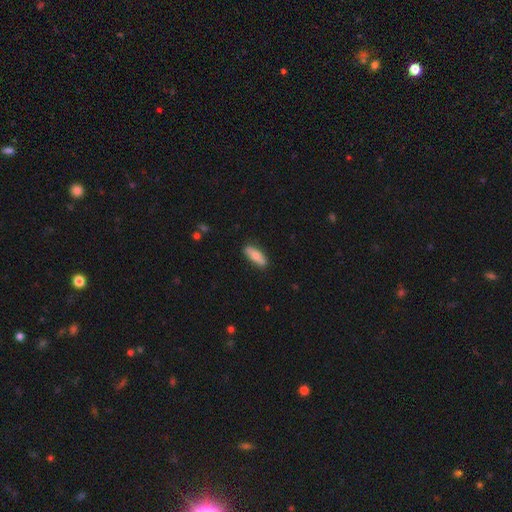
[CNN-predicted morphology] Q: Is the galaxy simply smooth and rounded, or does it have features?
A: smooth — 73%.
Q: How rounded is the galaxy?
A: in between — 59%.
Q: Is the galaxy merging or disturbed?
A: none — 84%.